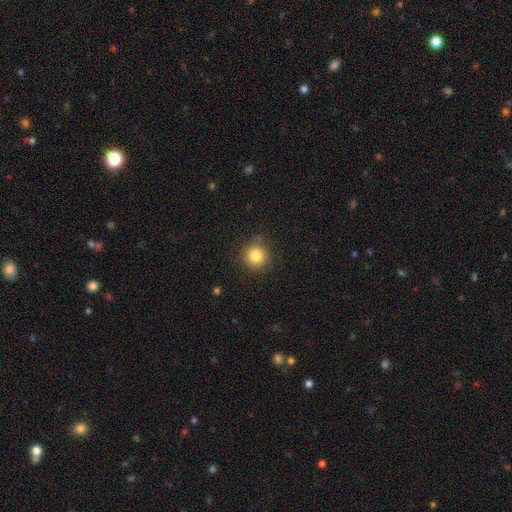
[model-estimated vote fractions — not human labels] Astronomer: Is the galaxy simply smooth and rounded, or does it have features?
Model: smooth — 83%.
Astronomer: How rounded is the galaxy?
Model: round — 94%.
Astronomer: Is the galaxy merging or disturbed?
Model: none — 85%.